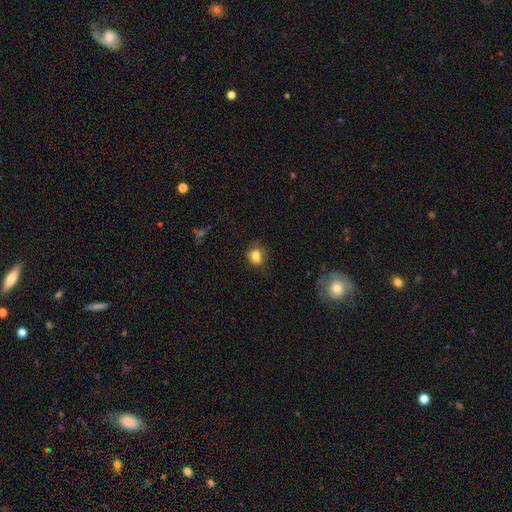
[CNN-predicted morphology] smooth-or-featured: smooth: 82% | star or artifact: 11% | featured or disk: 7%
  how-rounded: round: 62% | in between: 37% | cigar-shaped: 1%
  merging: none: 70% | minor disturbance: 22% | major disturbance: 6% | merger: 2%